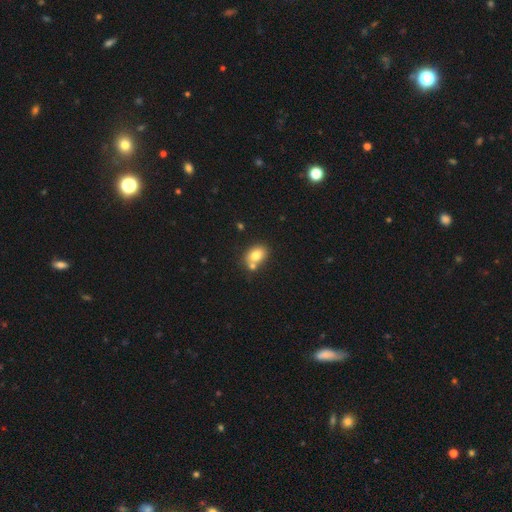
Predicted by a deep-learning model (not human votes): A smooth galaxy with no disk features (78%) that is in between round and cigar-shaped (69%). Merging: none (51%).